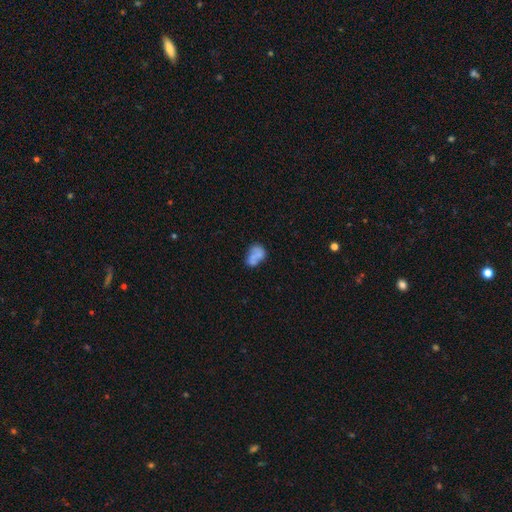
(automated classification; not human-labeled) Smooth or featured?
  - smooth: 58% *
  - featured or disk: 32%
  - star or artifact: 10%
How rounded?
  - in between: 71% *
  - round: 27%
  - cigar-shaped: 2%
Merging?
  - merger: 37% *
  - none: 32%
  - minor disturbance: 19%
  - major disturbance: 12%